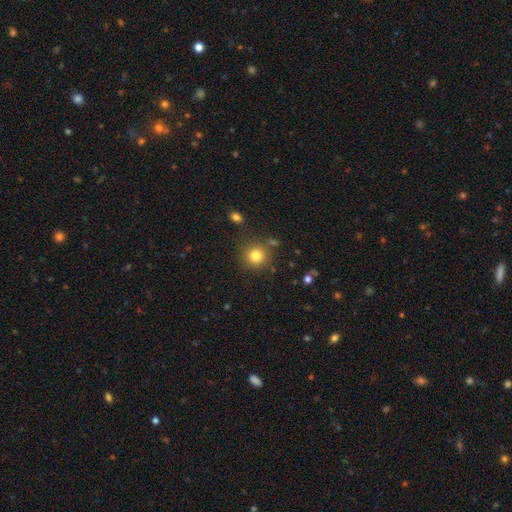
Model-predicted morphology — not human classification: smooth 81%, star or artifact 12%, featured or disk 7%. Down the decision tree: how rounded — round (93%); merging — none (83%).